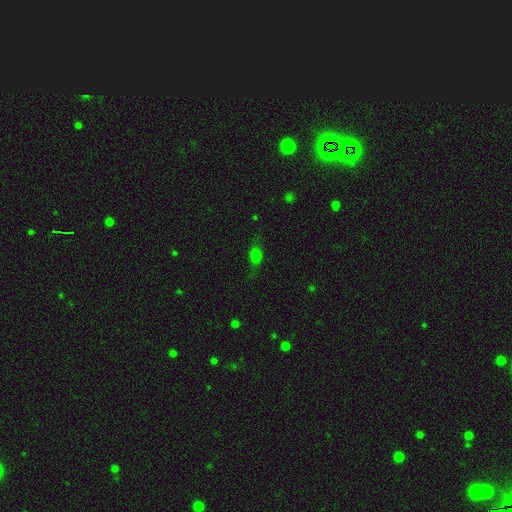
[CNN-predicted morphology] Smooth or featured? smooth (66%)
How rounded? in between (65%)
Merging? none (68%)